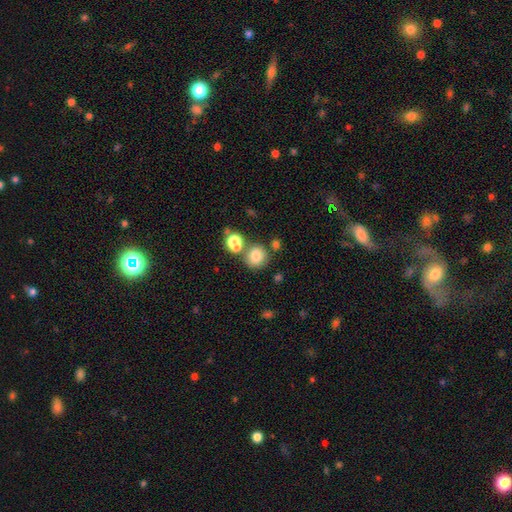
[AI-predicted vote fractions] Overall: smooth (80%). How rounded: round (78%). Merging: none (60%; merger 24%).